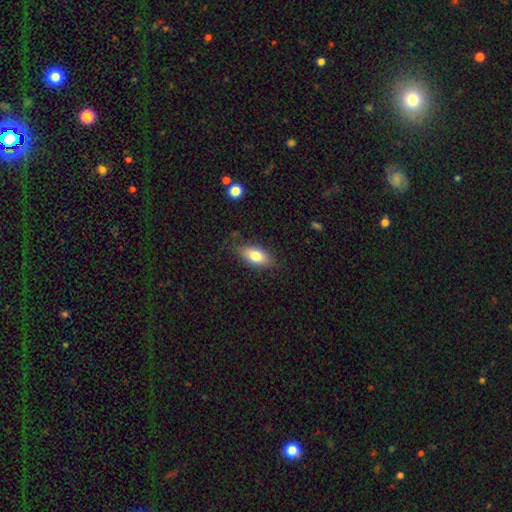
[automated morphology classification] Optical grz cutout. It shows a smooth galaxy with no disk features (78%) that is in between round and cigar-shaped (87%). Merging: none (82%).